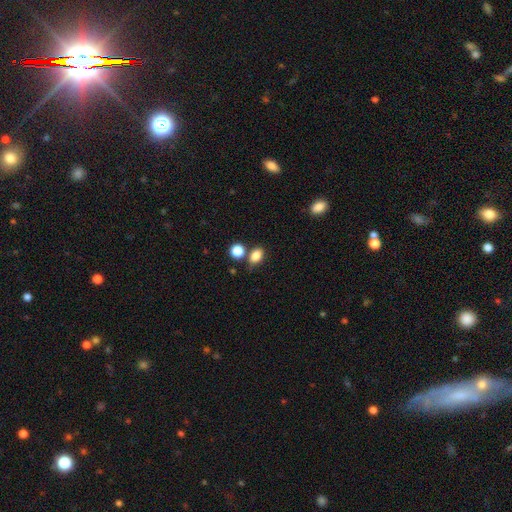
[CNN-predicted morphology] type=smooth (83%); roundness=in between (74%); merging=none (65%).